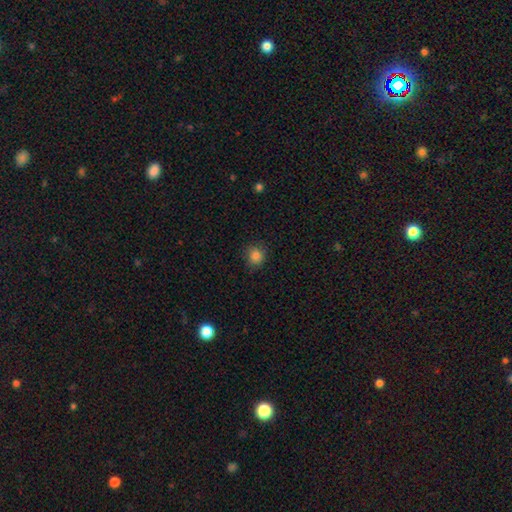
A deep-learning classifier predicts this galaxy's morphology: The model was most divided on "smooth or featured": smooth: 85%, star or artifact: 11%, featured or disk: 4%. More confident: how rounded — round (86%); merging — none (85%).